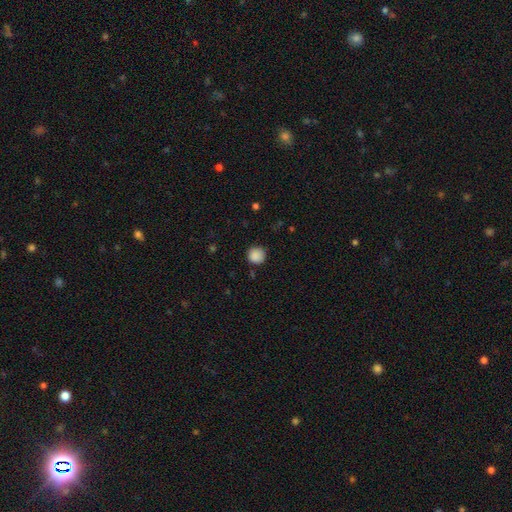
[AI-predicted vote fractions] This is clearly a smooth galaxy (88%). How rounded: clearly round (93%). Merging: clearly none (84%).